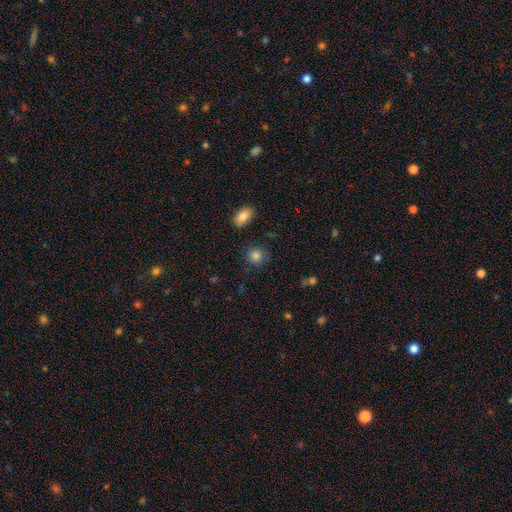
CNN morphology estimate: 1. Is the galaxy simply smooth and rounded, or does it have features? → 85% smooth, 10% star or artifact, 5% featured or disk.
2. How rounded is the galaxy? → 84% round, 15% in between, 1% cigar-shaped.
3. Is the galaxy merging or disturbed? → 83% none, 11% minor disturbance, 3% major disturbance, 3% merger.